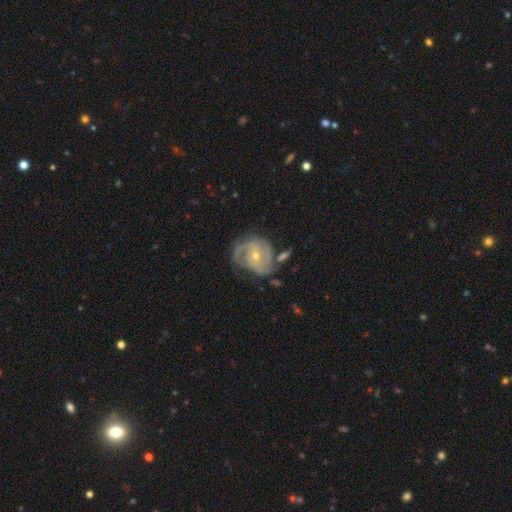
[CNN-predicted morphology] Smooth or featured?
  - featured or disk: 87% *
  - smooth: 7%
  - star or artifact: 6%
Edge-on disk?
  - no: 98% *
  - yes: 2%
Bar?
  - no: 64% *
  - weak: 27%
  - strong: 9%
Spiral arms?
  - yes: 96% *
  - no: 4%
Spiral winding?
  - tight: 60% *
  - medium: 32%
  - loose: 8%
Spiral arm count?
  - 2: 43% *
  - 3: 27%
  - can't tell: 16%
  - 1: 6%
  - 4: 5%
  - more than 4: 4%
Bulge size?
  - small: 51% *
  - moderate: 46%
  - large: 1%
  - none: 1%
  - dominant: 1%
Merging?
  - none: 59% *
  - minor disturbance: 23%
  - major disturbance: 11%
  - merger: 7%